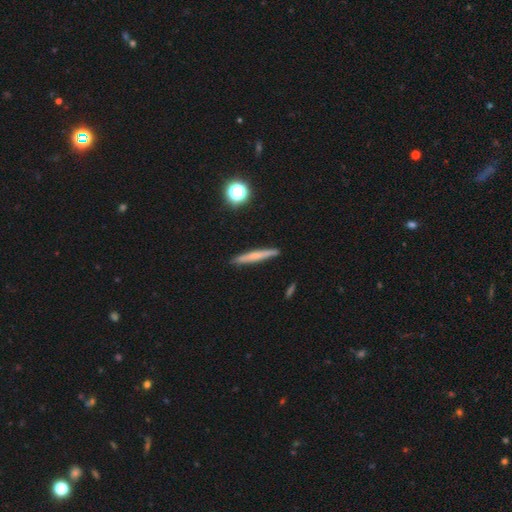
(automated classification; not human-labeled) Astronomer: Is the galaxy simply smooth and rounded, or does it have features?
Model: smooth — 54% (runner-up: featured or disk, 37%).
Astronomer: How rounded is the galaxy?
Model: cigar-shaped — 95%.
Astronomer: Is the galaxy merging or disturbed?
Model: none — 89%.